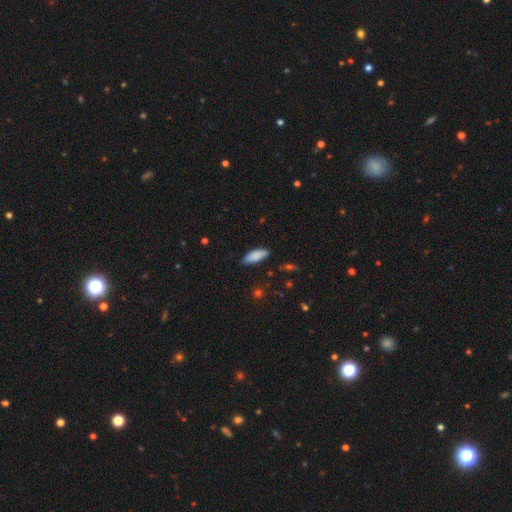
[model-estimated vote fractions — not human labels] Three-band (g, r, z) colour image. It shows a smooth galaxy with no disk features (85%) that is in between round and cigar-shaped (74%). Merging: none (80%).